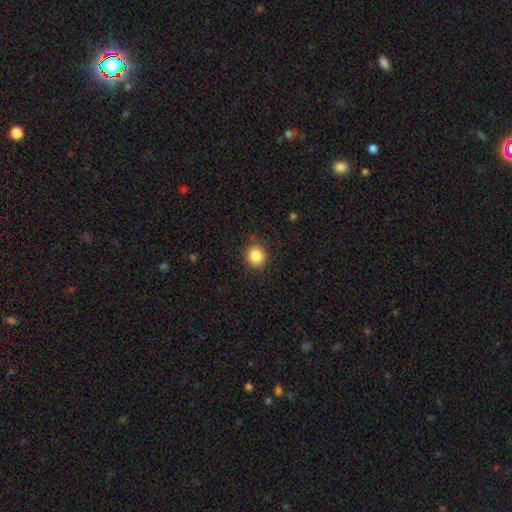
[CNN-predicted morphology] The model was most divided on "smooth or featured": smooth: 86%, star or artifact: 10%, featured or disk: 5%. More confident: how rounded — round (89%); merging — none (86%).